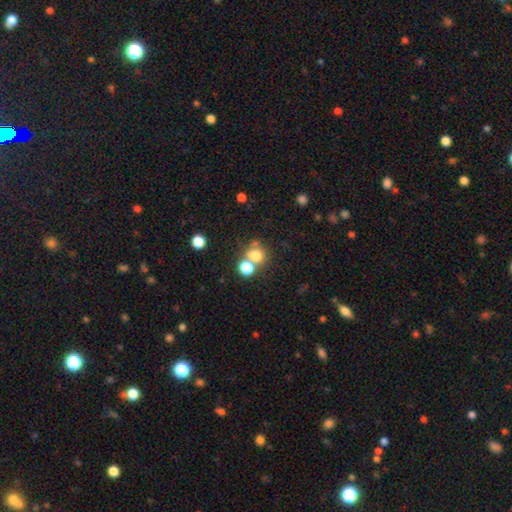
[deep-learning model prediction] Smooth or featured? smooth (73%)
How rounded? round (82%)
Merging? none (53%)